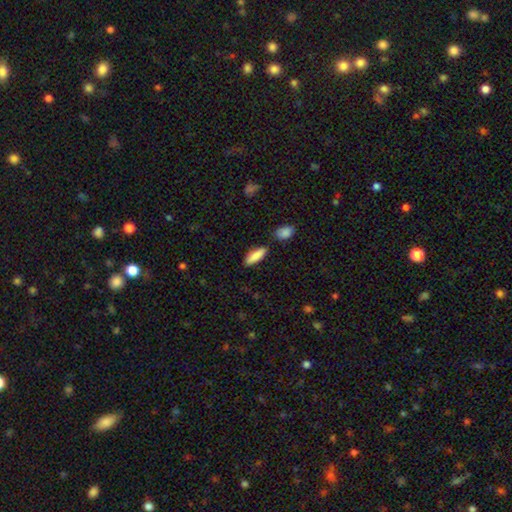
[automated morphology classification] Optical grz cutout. It shows a smooth galaxy with no disk features (86%) that is in between round and cigar-shaped (50%). Merging: none (82%).